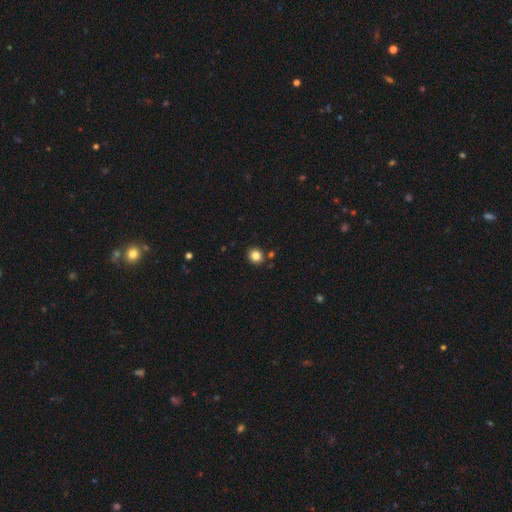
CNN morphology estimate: Overall: smooth (83%). How rounded: round (83%). Merging: none (87%).